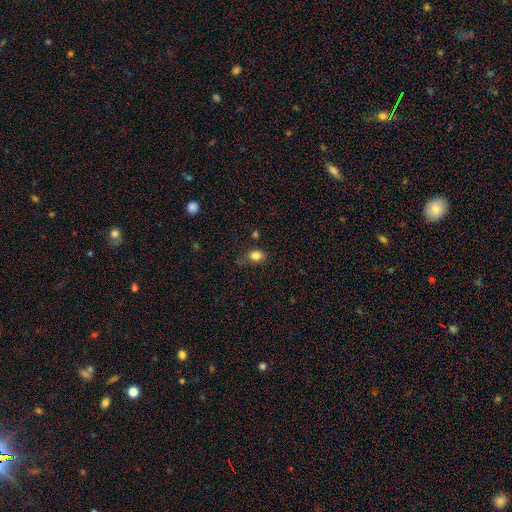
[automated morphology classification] The model was most divided on "how rounded": in between: 60%, round: 39%, cigar-shaped: 1%. More confident: smooth or featured — smooth (82%); merging — none (70%).